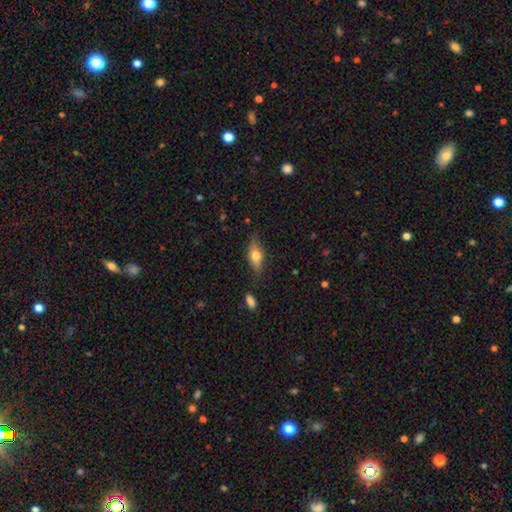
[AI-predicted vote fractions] Smooth or featured? Predicted: smooth (p=0.58). How rounded? Predicted: in between (p=0.68). Merging? Predicted: none (p=0.76).